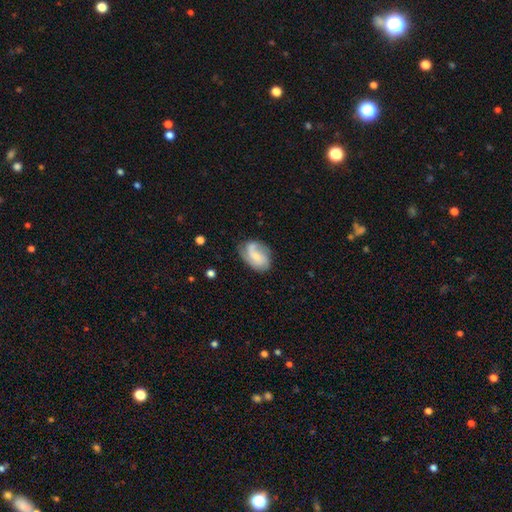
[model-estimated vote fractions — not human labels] Q: Smooth or featured?
A: featured or disk (62%); runner-up: smooth (31%)
Q: Edge-on disk?
A: no (97%); runner-up: yes (3%)
Q: Bar?
A: no (53%); runner-up: weak (37%)
Q: Spiral arms?
A: yes (89%); runner-up: no (11%)
Q: Spiral winding?
A: medium (42%); runner-up: loose (34%)
Q: Spiral arm count?
A: 2 (54%); runner-up: can't tell (16%)
Q: Bulge size?
A: small (54%); runner-up: moderate (29%)
Q: Merging?
A: none (61%); runner-up: minor disturbance (25%)